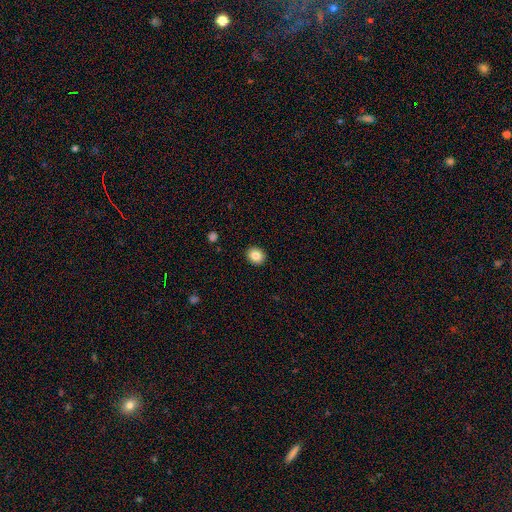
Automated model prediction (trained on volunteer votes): smooth-or-featured: smooth: 85% | star or artifact: 9% | featured or disk: 6%
  how-rounded: round: 67% | in between: 32% | cigar-shaped: 1%
  merging: none: 92% | minor disturbance: 6% | major disturbance: 2% | merger: 1%